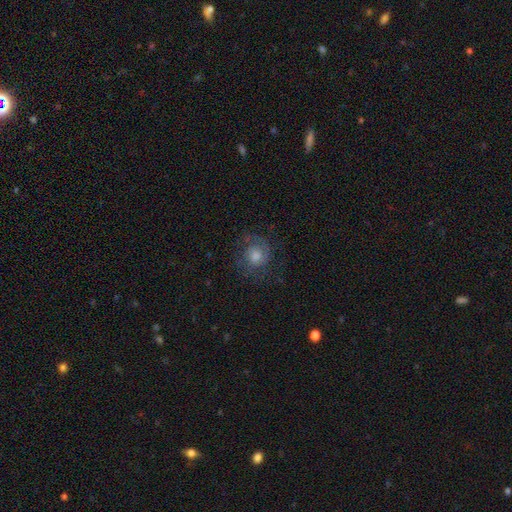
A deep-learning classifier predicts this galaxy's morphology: Smooth or featured?
  - featured or disk: 53% *
  - smooth: 33%
  - star or artifact: 14%
Edge-on disk?
  - no: 97% *
  - yes: 3%
Bar?
  - no: 77% *
  - weak: 20%
  - strong: 3%
Spiral arms?
  - yes: 87% *
  - no: 13%
Bulge size?
  - moderate: 54% *
  - large: 20%
  - small: 19%
  - none: 5%
  - dominant: 3%
Merging?
  - none: 74% *
  - minor disturbance: 15%
  - major disturbance: 10%
  - merger: 1%